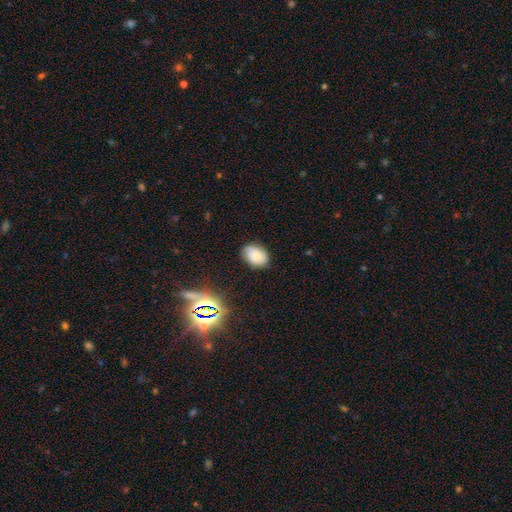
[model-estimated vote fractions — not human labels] Smooth or featured: smooth — 73% (featured or disk — 14%)
How rounded: in between — 79% (round — 20%)
Merging: none — 76% (minor disturbance — 18%)